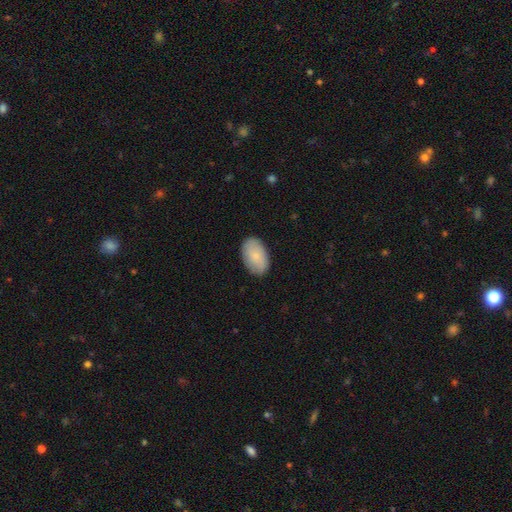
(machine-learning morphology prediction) A smooth galaxy with no disk features (82%) that is in between round and cigar-shaped (92%). Merging: none (86%).